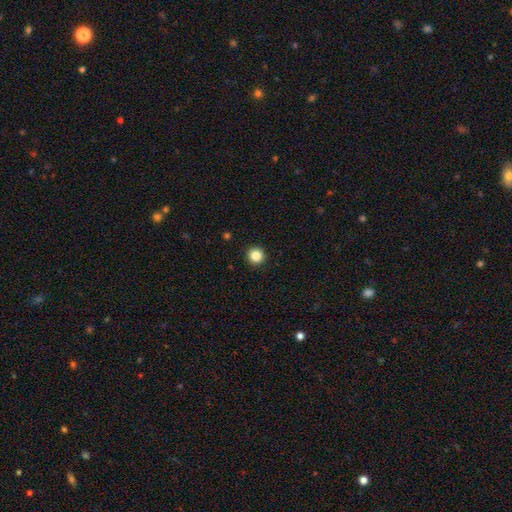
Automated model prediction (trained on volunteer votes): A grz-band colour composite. It shows a smooth galaxy with no disk features (85%) that is round (95%). Merging: none (94%).